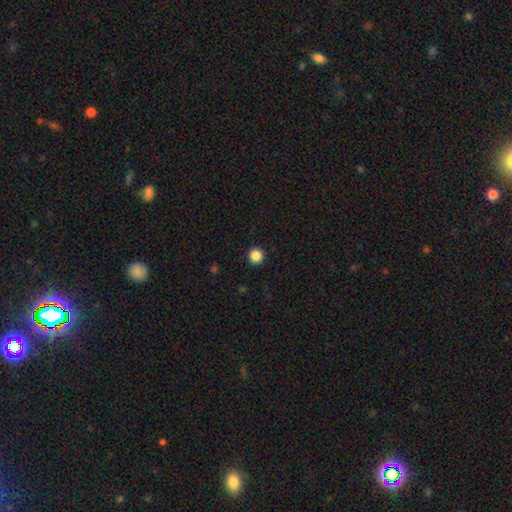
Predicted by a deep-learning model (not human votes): A smooth galaxy with no disk features (87%) that is round (96%).

Vote fractions:
- Smooth or featured? smooth: 87% / star or artifact: 11% / featured or disk: 3%
- How rounded? round: 96% / in between: 3% / cigar-shaped: 1%
- Merging? none: 93% / minor disturbance: 4% / major disturbance: 2% / merger: 1%